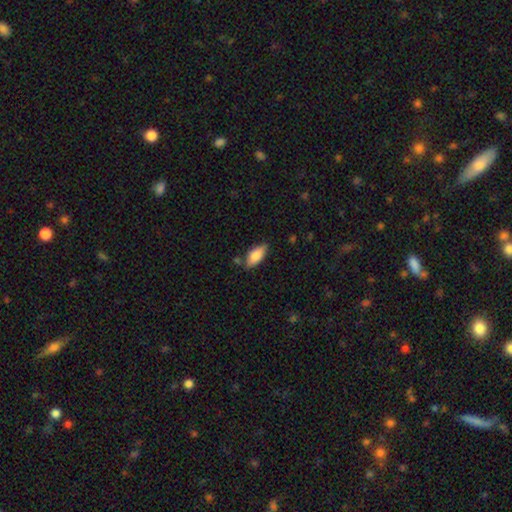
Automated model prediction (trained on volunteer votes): smooth 79%, featured or disk 14%, star or artifact 6%. Down the decision tree: how rounded — in between (85%); merging — none (77%).